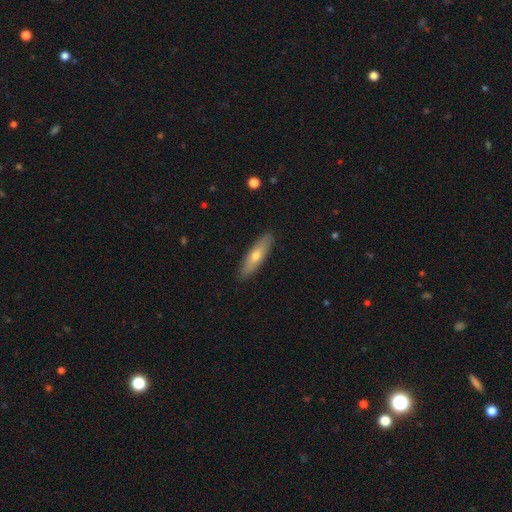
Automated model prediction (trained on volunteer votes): smooth-or-featured: smooth: 58% | featured or disk: 36% | star or artifact: 6%
  how-rounded: cigar-shaped: 67% | in between: 31% | round: 2%
  merging: none: 89% | minor disturbance: 8% | major disturbance: 2% | merger: 1%